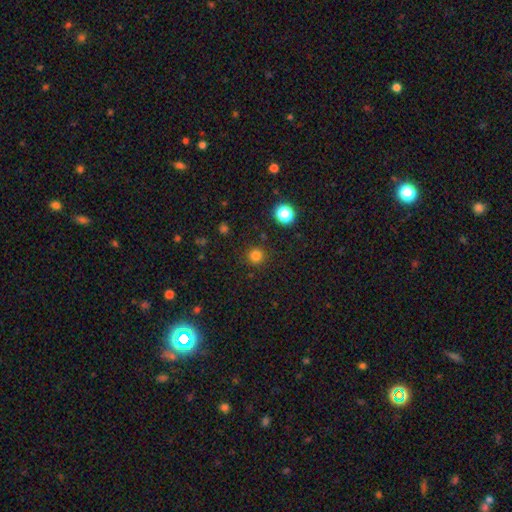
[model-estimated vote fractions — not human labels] Overall: smooth (80%). How rounded: round (95%). Merging: none (89%).